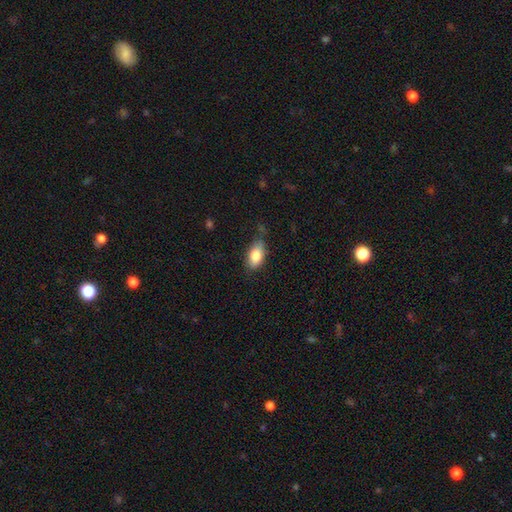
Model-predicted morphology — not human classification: smooth_or_featured: smooth (p=0.84) [alt: featured or disk p=0.09]
how_rounded: in between (p=0.90) [alt: round p=0.05]
merging: none (p=0.66) [alt: minor disturbance p=0.25]